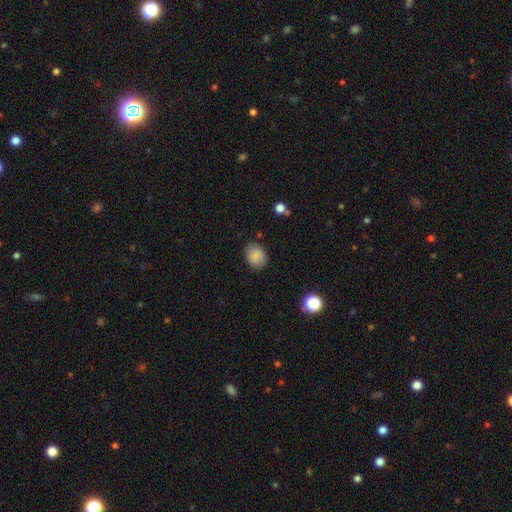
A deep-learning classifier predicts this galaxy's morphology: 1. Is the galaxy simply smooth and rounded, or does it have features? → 86% smooth, 8% star or artifact, 6% featured or disk.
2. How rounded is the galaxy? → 56% in between, 43% round, 1% cigar-shaped.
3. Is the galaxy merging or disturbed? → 82% none, 14% minor disturbance, 3% major disturbance, 1% merger.